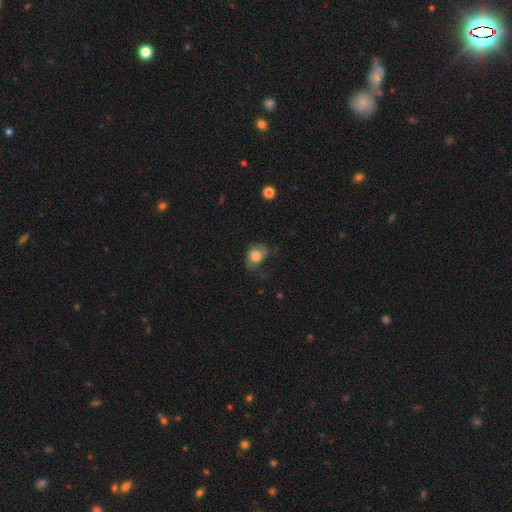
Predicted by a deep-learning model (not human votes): smooth 71%, featured or disk 20%, star or artifact 9%. Down the decision tree: how rounded — round (55%); merging — none (40%).